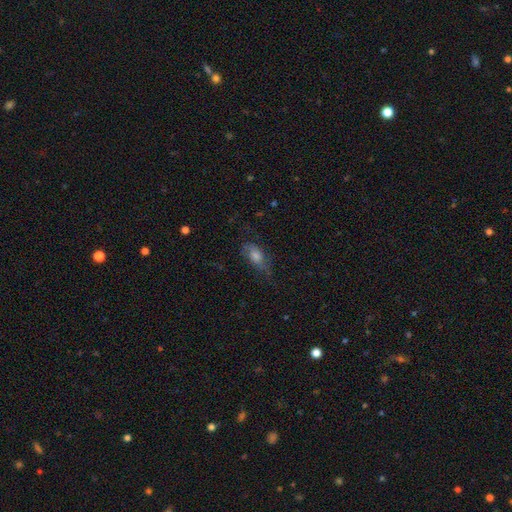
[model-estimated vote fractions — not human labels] Q: Smooth or featured?
A: featured or disk (44%); runner-up: smooth (41%)
Q: Merging?
A: none (58%); runner-up: minor disturbance (24%)